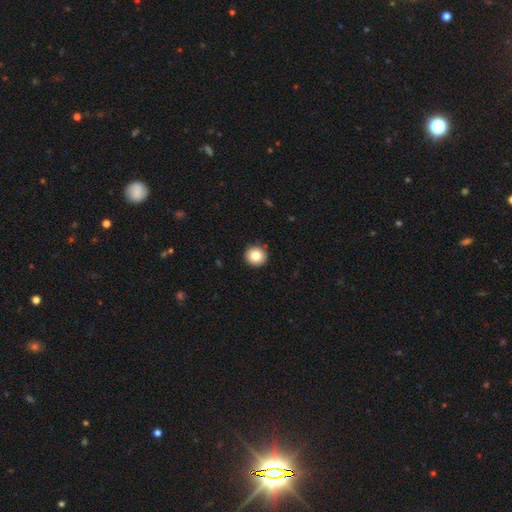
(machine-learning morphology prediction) Smooth or featured? smooth (83%)
How rounded? round (94%)
Merging? none (92%)